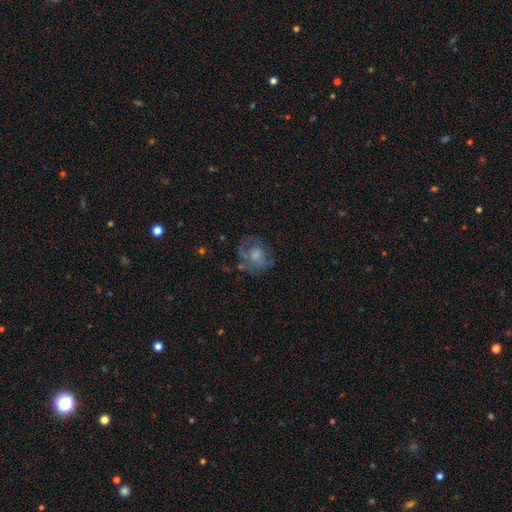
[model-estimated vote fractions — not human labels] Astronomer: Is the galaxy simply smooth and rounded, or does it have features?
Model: featured or disk — 46% (runner-up: smooth, 45%).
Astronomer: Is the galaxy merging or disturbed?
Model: none — 48% (runner-up: major disturbance, 25%).